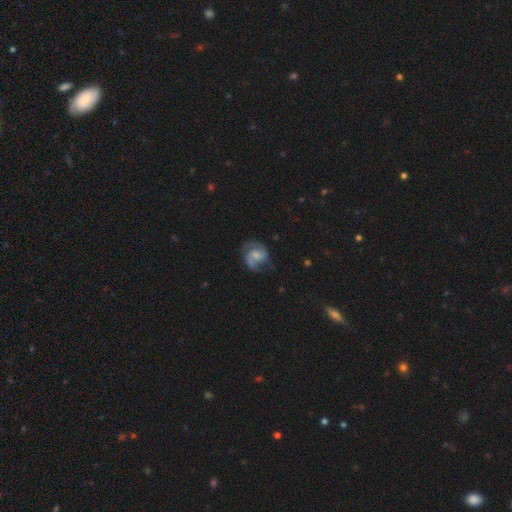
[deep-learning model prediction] This appears to be a featured or disk galaxy (75%) with no bar (56%), 2 (80%) medium (51%) spiral arms (94%) and a small central bulge (42%). Merging: none (66%).